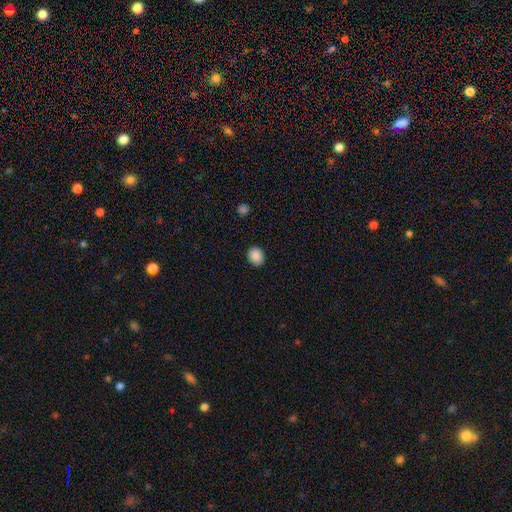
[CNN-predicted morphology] Overall: smooth (89%). How rounded: round (61%; in between 38%). Merging: none (90%).